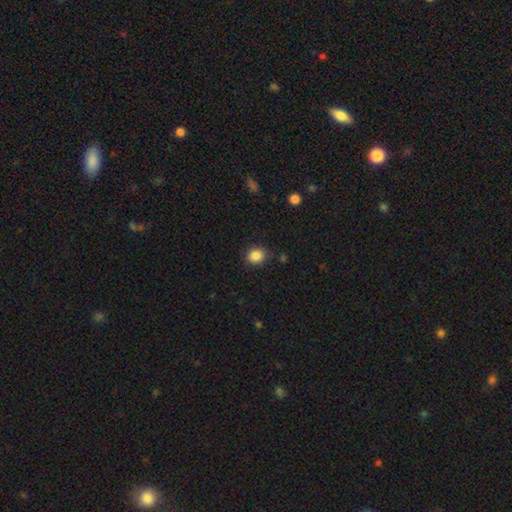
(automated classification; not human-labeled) smooth_or_featured: smooth (p=0.86) [alt: star or artifact p=0.10]
how_rounded: round (p=0.66) [alt: in between p=0.34]
merging: none (p=0.80) [alt: minor disturbance p=0.14]